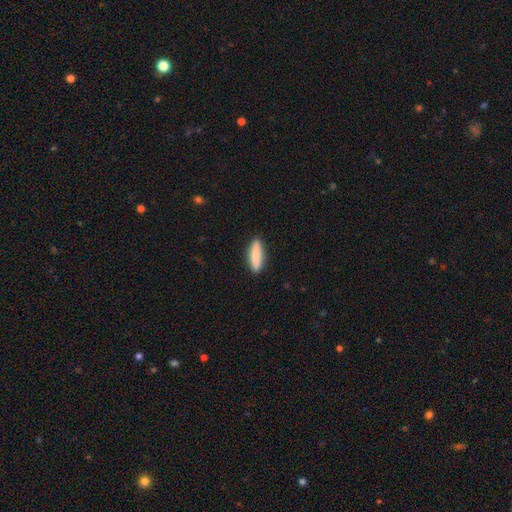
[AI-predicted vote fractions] Smooth or featured: smooth — 86% (featured or disk — 9%)
How rounded: cigar-shaped — 62% (in between — 36%)
Merging: none — 89% (minor disturbance — 8%)